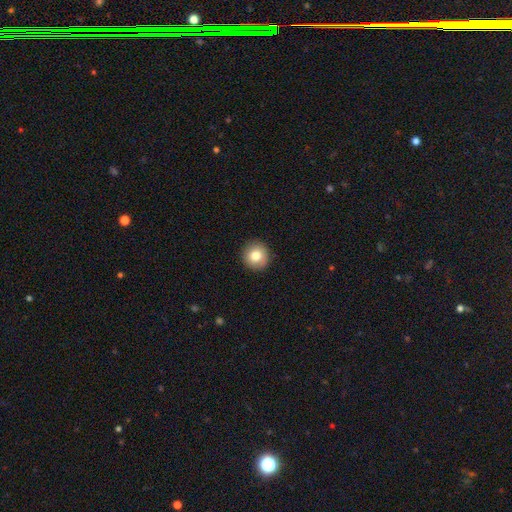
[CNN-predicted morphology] Smooth or featured? smooth (82%)
How rounded? round (94%)
Merging? none (91%)